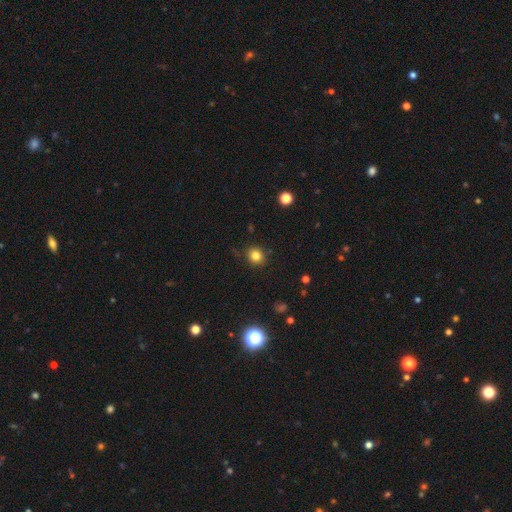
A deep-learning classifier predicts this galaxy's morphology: Overall: smooth (81%). How rounded: round (88%). Merging: none (86%).